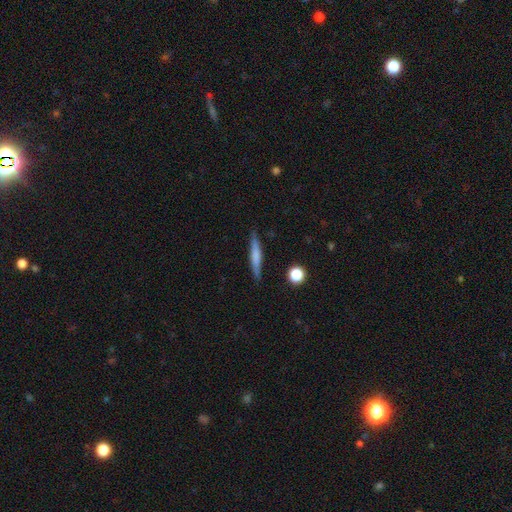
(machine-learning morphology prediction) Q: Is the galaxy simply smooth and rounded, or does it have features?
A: smooth — 54%.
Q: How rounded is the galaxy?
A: cigar-shaped — 92%.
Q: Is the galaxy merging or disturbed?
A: none — 87%.